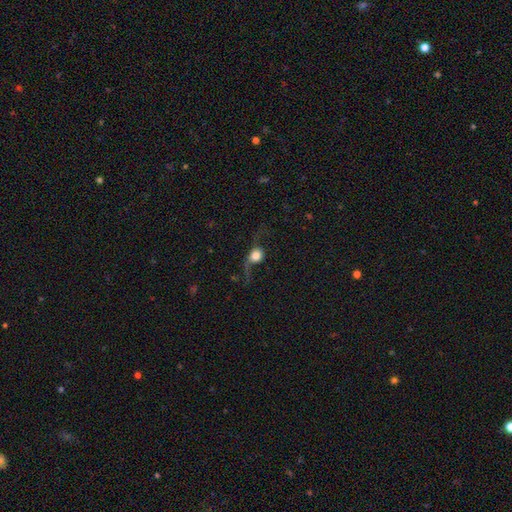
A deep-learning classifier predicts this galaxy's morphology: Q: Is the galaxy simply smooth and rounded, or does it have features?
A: smooth — 52%.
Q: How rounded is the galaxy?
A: round — 77%.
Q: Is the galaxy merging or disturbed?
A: major disturbance — 42%.